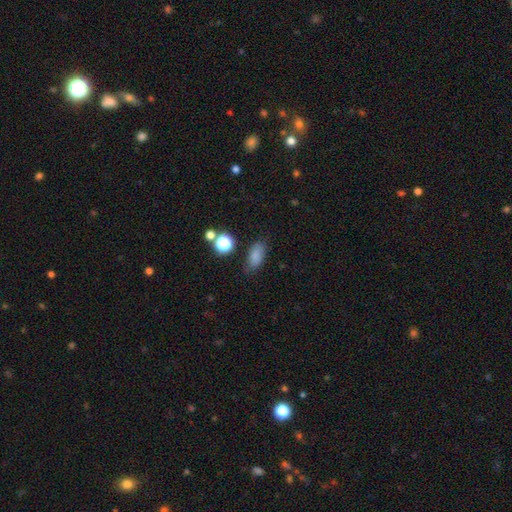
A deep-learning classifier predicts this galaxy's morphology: smooth_or_featured: smooth (p=0.81) [alt: star or artifact p=0.12]
how_rounded: in between (p=0.85) [alt: round p=0.09]
merging: none (p=0.76) [alt: minor disturbance p=0.17]